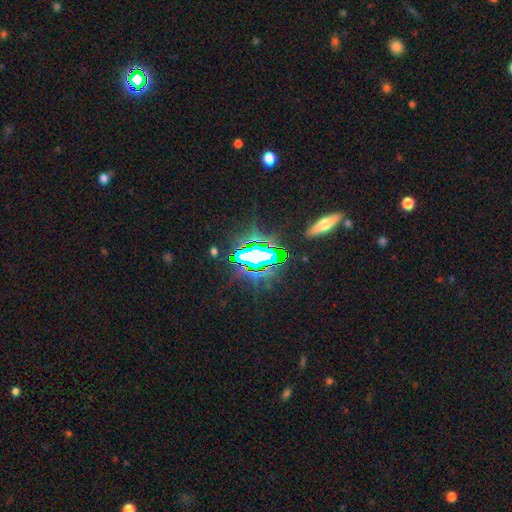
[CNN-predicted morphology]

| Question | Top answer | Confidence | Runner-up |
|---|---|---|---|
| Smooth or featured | star or artifact | 73% | smooth (14%) |